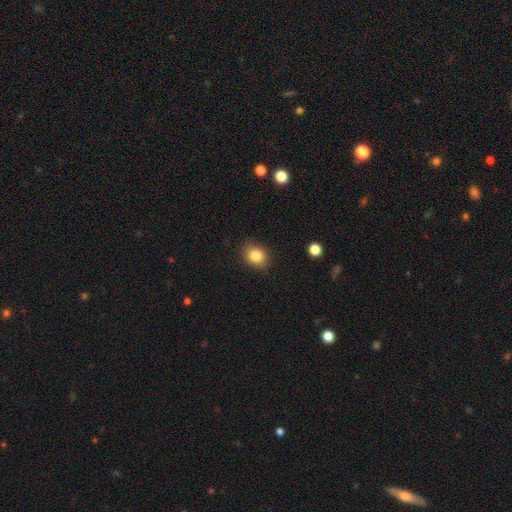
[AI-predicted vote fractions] Smooth or featured? smooth (83%)
How rounded? round (55%)
Merging? none (86%)